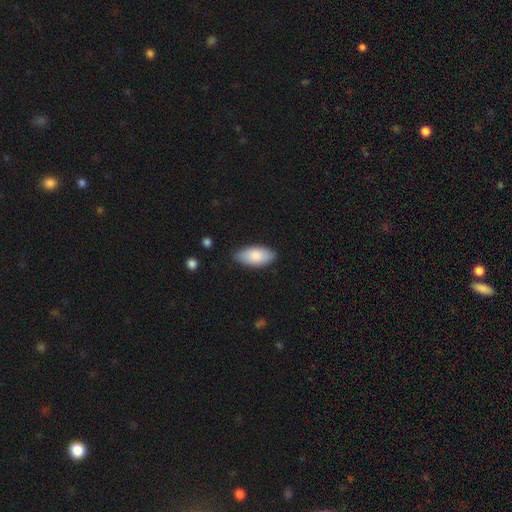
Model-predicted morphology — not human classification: Smooth or featured? Predicted: smooth (p=0.84). How rounded? Predicted: in between (p=0.92). Merging? Predicted: none (p=0.84).